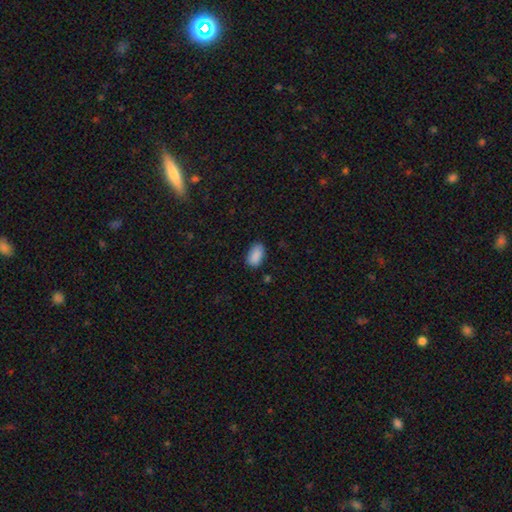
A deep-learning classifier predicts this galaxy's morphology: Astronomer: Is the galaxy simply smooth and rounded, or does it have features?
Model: smooth — 89%.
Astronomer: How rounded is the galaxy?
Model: in between — 93%.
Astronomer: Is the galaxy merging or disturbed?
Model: none — 79%.